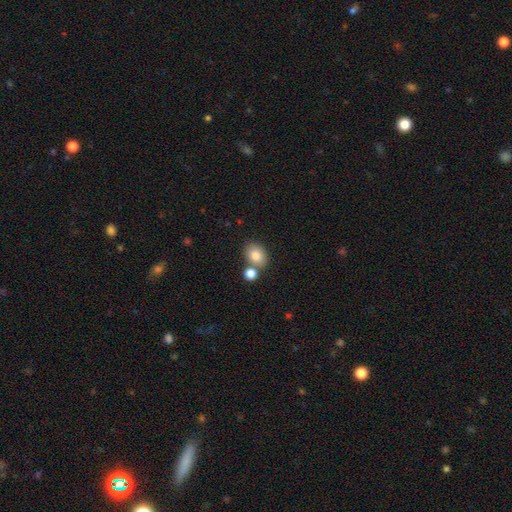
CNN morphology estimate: Smooth or featured: smooth — 83% (star or artifact — 9%)
How rounded: in between — 67% (round — 32%)
Merging: none — 60% (merger — 26%)